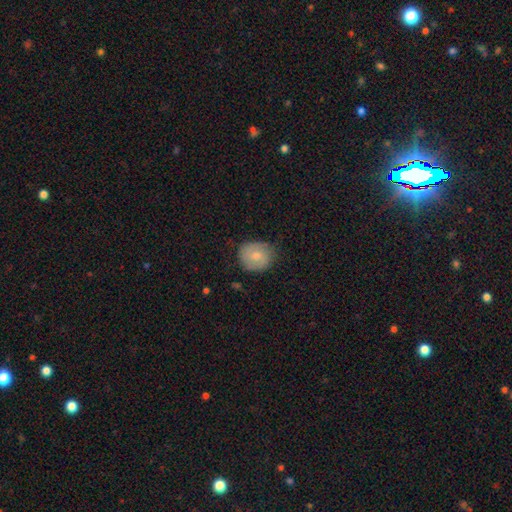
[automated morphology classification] This is likely a smooth galaxy (66%). How rounded: likely round (76%). Merging: likely none (72%).